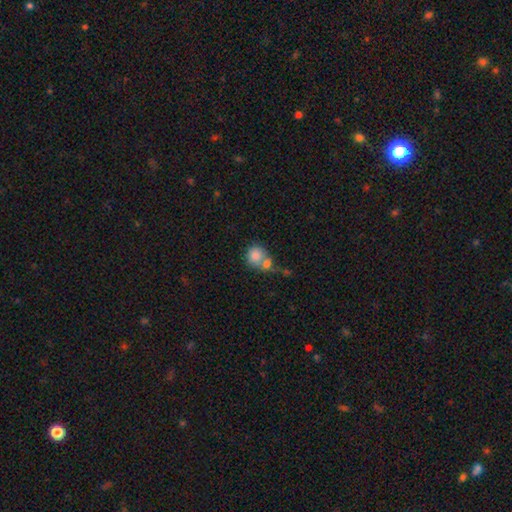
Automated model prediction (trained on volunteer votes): A smooth galaxy with no disk features (81%) that is round (81%). Merging: merger (51%).